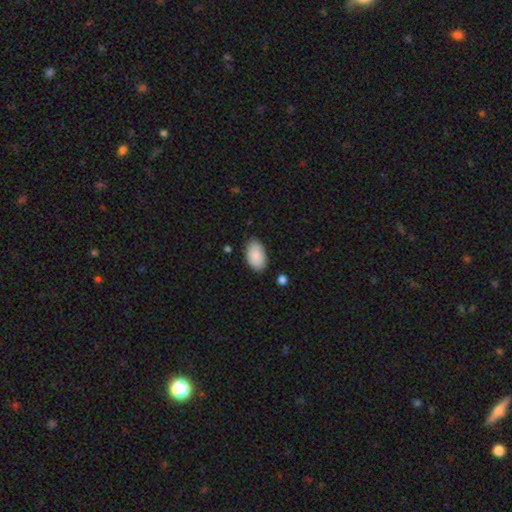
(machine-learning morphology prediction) smooth 89%, star or artifact 6%, featured or disk 5%. Down the decision tree: how rounded — in between (95%); merging — none (83%).